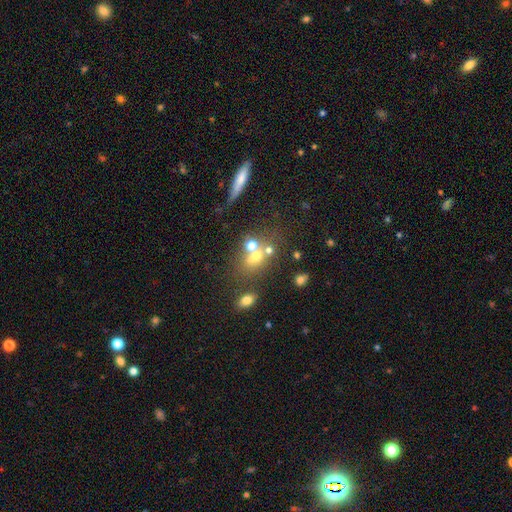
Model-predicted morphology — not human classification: Smooth or featured?
  - smooth: 56% *
  - featured or disk: 24%
  - star or artifact: 20%
How rounded?
  - round: 51% *
  - in between: 45%
  - cigar-shaped: 4%
Merging?
  - merger: 44% *
  - none: 37%
  - minor disturbance: 11%
  - major disturbance: 8%